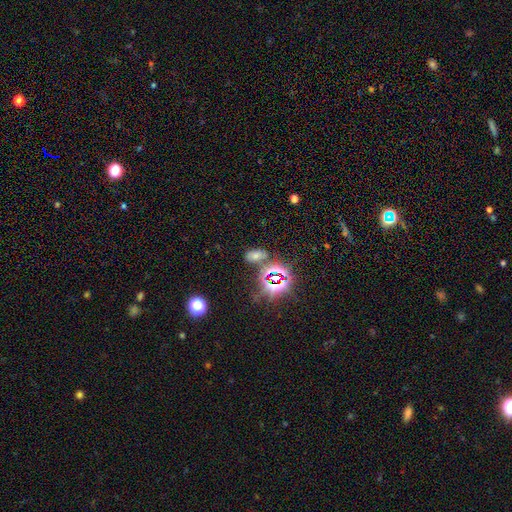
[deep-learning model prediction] smooth-or-featured: smooth: 46% | star or artifact: 43% | featured or disk: 11%
  merging: none: 68% | minor disturbance: 14% | merger: 12% | major disturbance: 6%